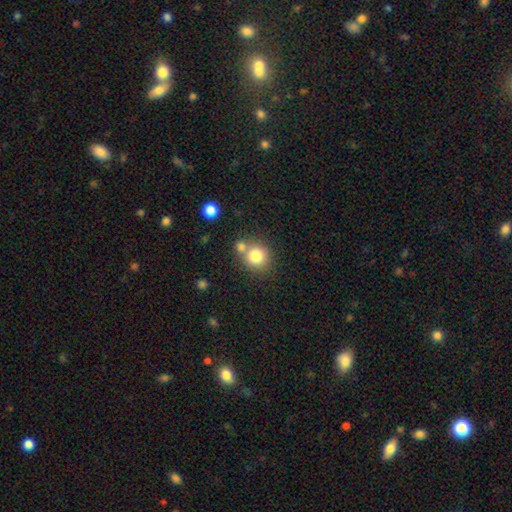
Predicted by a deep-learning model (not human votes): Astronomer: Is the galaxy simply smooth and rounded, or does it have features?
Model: smooth — 79%.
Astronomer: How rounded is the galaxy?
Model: round — 86%.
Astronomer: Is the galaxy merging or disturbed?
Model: none — 58%.